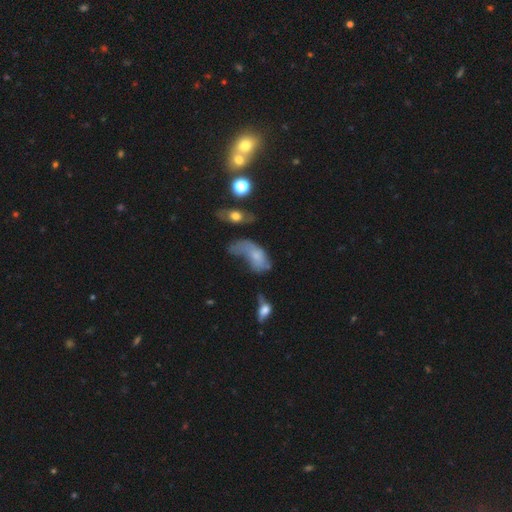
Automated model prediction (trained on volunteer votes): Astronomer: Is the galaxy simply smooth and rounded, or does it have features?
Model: smooth — 57%.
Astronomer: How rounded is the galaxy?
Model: in between — 86%.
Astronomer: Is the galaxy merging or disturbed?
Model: major disturbance — 45% (runner-up: merger, 20%).